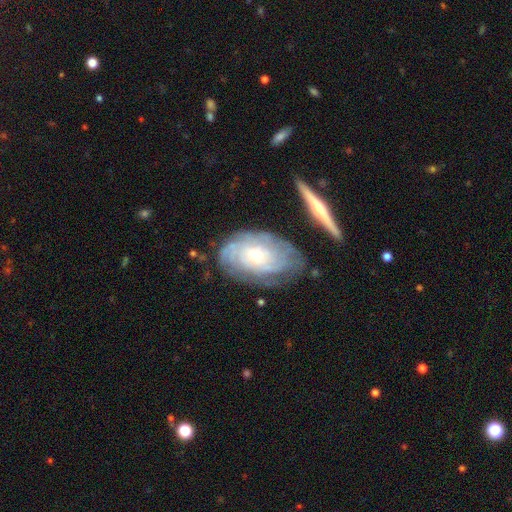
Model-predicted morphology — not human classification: A featured or disk galaxy (81%) with no bar (79%), tight (75%) spiral arms (90%) and a small central bulge (49%). Merging: none (71%).